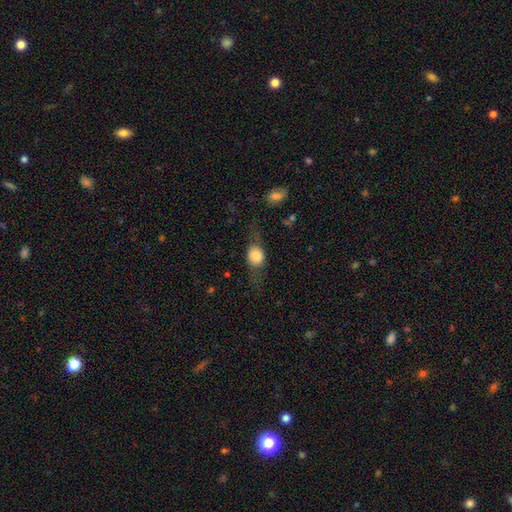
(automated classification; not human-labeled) Morphology: type=smooth (64%); roundness=round (52%); merging=none (58%).